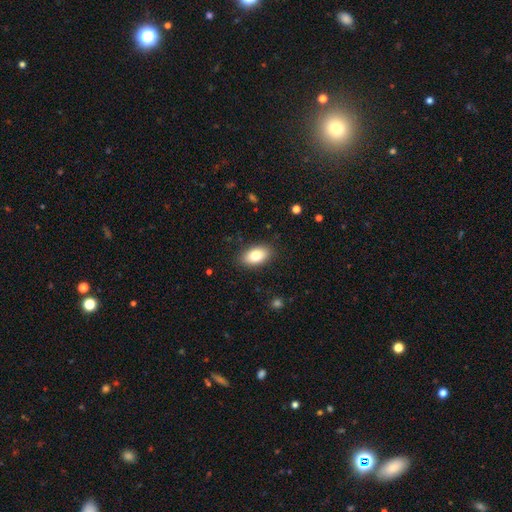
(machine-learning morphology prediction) Smooth or featured? smooth (81%)
How rounded? in between (92%)
Merging? none (87%)